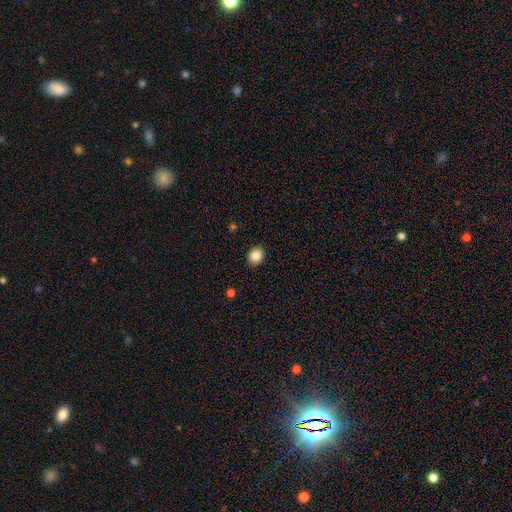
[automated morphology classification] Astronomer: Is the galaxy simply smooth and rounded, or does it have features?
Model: smooth — 86%.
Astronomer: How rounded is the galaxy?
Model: in between — 54% (runner-up: round, 45%).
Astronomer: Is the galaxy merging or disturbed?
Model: none — 89%.